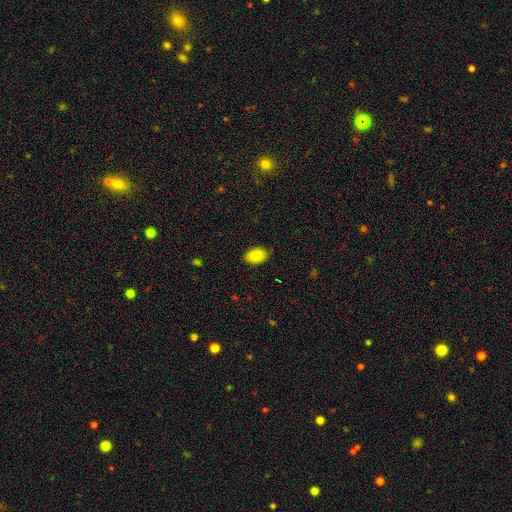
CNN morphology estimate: Overall: smooth (88%). How rounded: in between (87%). Merging: none (86%).